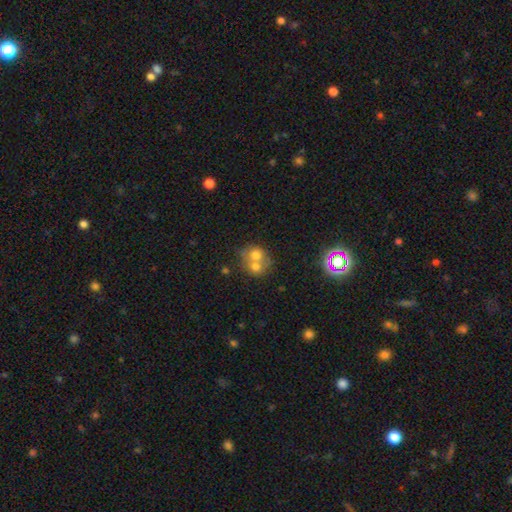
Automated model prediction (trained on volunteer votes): The model was most divided on "merging": merger: 63%, none: 26%, minor disturbance: 7%, major disturbance: 4%. More confident: how rounded — round (72%); smooth or featured — smooth (64%).